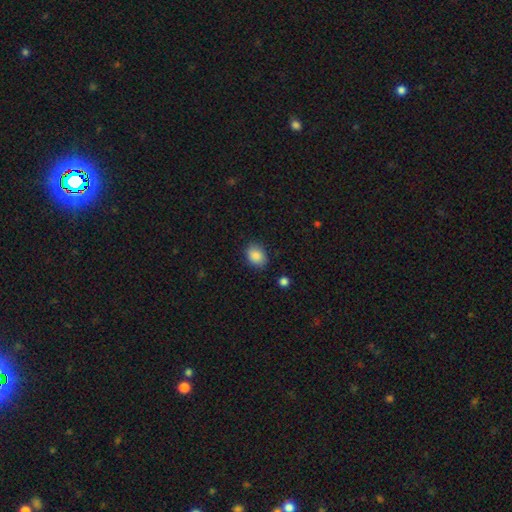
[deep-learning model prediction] A smooth galaxy with no disk features (88%) that is in between round and cigar-shaped (58%). Merging: none (83%).